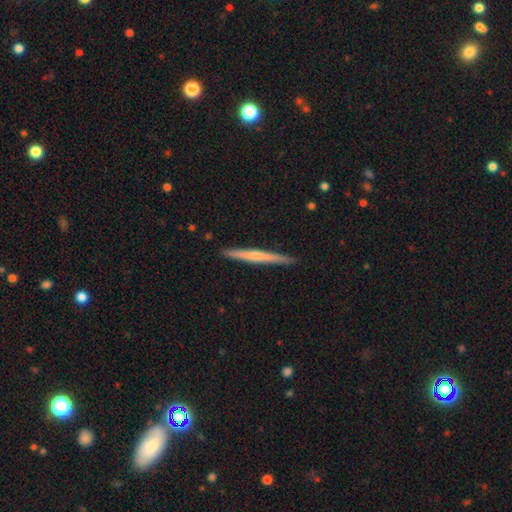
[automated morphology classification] type=featured or disk (51%); edge-on=yes (98%); merging=none (92%).